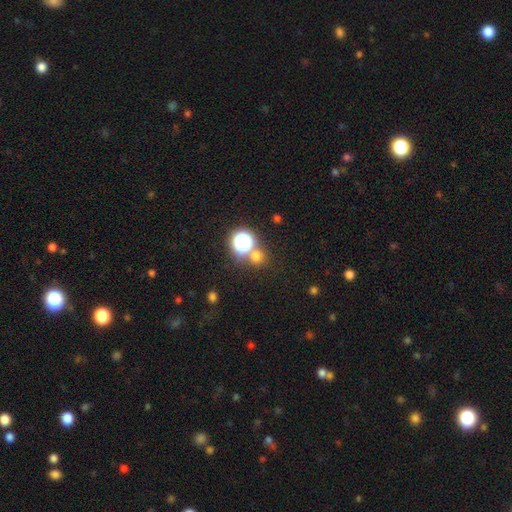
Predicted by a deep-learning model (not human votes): smooth_or_featured: smooth (p=0.62) [alt: star or artifact p=0.31]
how_rounded: round (p=0.89) [alt: in between p=0.10]
merging: none (p=0.70) [alt: merger p=0.20]